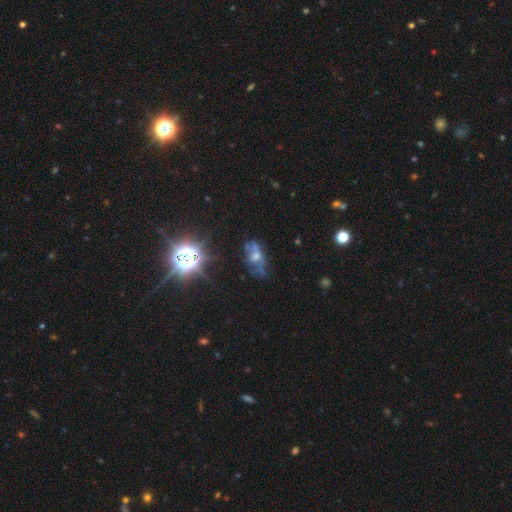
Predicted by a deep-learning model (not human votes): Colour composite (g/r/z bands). It shows a featured or disk galaxy (44%). Merging: none (58%).